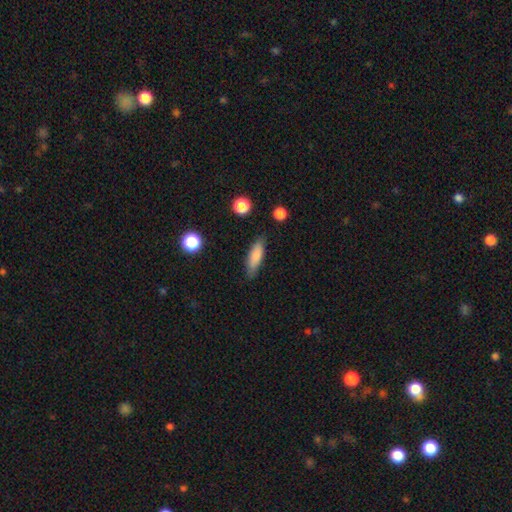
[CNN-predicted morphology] Smooth or featured? smooth (81%)
How rounded? cigar-shaped (54%)
Merging? none (83%)